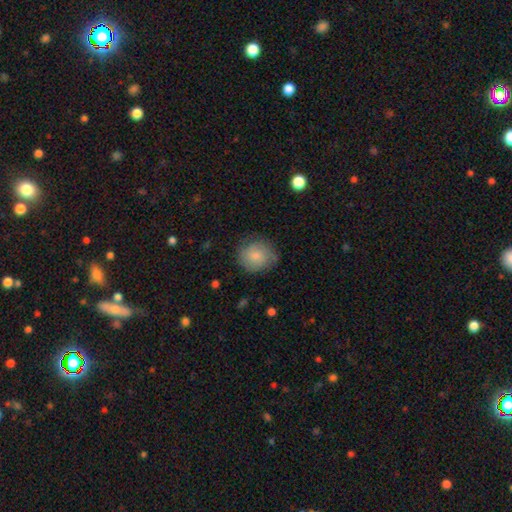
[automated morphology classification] Q: Smooth or featured?
A: smooth (76%); runner-up: featured or disk (18%)
Q: How rounded?
A: round (81%); runner-up: in between (18%)
Q: Merging?
A: none (72%); runner-up: minor disturbance (21%)